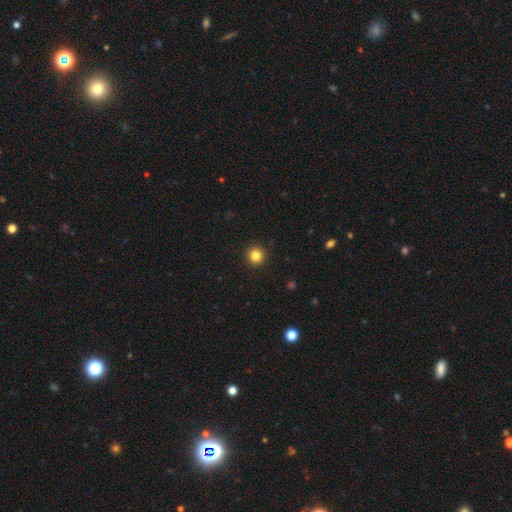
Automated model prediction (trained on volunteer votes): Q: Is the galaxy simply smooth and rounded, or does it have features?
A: smooth — 83%.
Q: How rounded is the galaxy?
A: round — 95%.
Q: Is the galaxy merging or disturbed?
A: none — 93%.